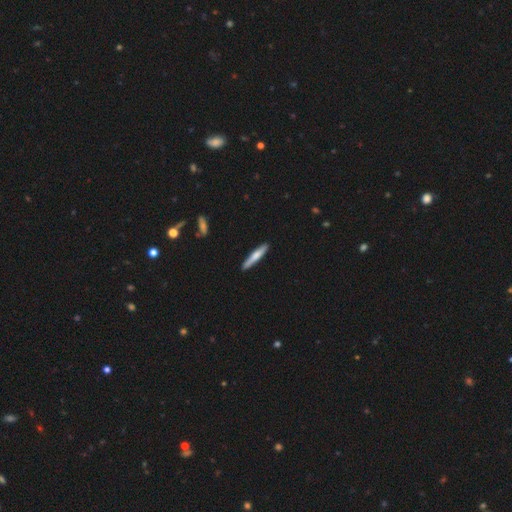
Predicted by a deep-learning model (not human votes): This appears to be a smooth galaxy with no disk features (63%) that is cigar-shaped (93%). Merging: none (88%).